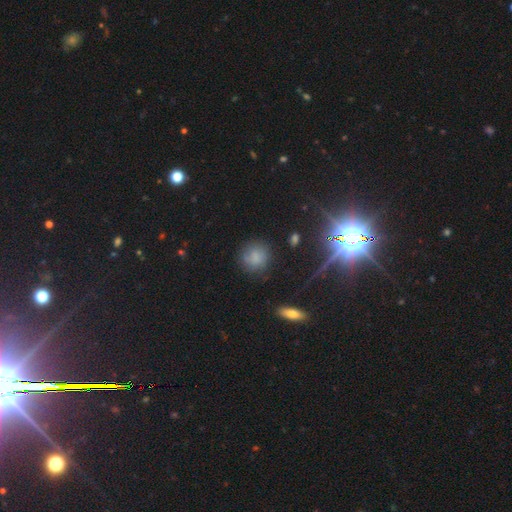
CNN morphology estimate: This is likely a smooth galaxy (73%). How rounded: clearly round (85%). Merging: likely none (77%).